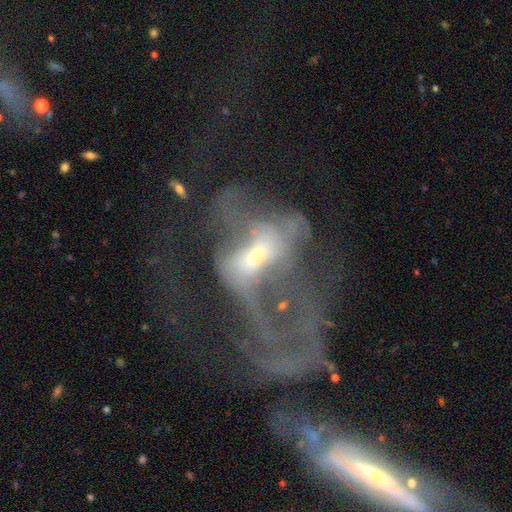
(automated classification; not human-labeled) Smooth or featured: featured or disk — 70% (smooth — 16%)
Edge-on disk: no — 93% (yes — 7%)
Bar: no — 48% (weak — 31%)
Spiral arms: yes — 60% (no — 40%)
Bulge size: small — 47% (moderate — 39%)
Merging: major disturbance — 53% (merger — 25%)